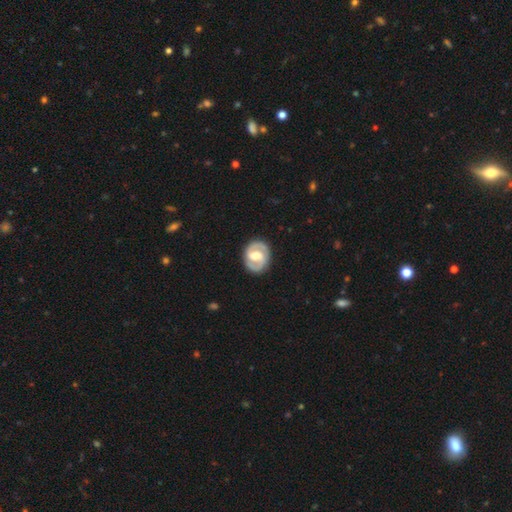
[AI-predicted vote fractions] smooth_or_featured: featured or disk (p=0.81) [alt: smooth p=0.14]
disk_edge_on: no (p=0.98) [alt: yes p=0.02]
bar: weak (p=0.48) [alt: strong p=0.26]
has_spiral_arms: yes (p=0.89) [alt: no p=0.11]
spiral_winding: tight (p=0.48) [alt: medium p=0.42]
spiral_arm_count: 2 (p=0.91) [alt: can't tell p=0.04]
bulge_size: moderate (p=0.60) [alt: large p=0.26]
merging: none (p=0.87) [alt: minor disturbance p=0.09]